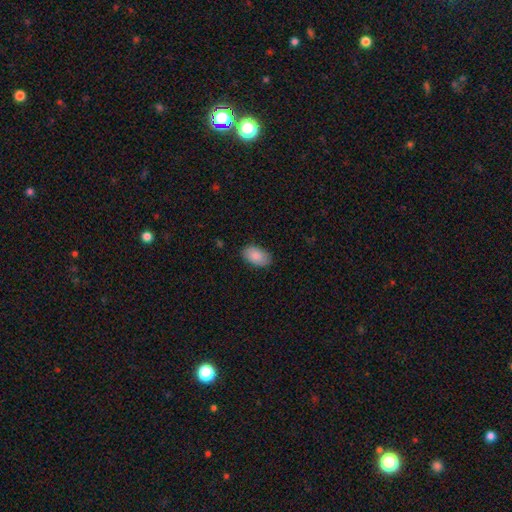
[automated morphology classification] smooth 87%, featured or disk 7%, star or artifact 6%. Down the decision tree: how rounded — in between (94%); merging — none (85%).